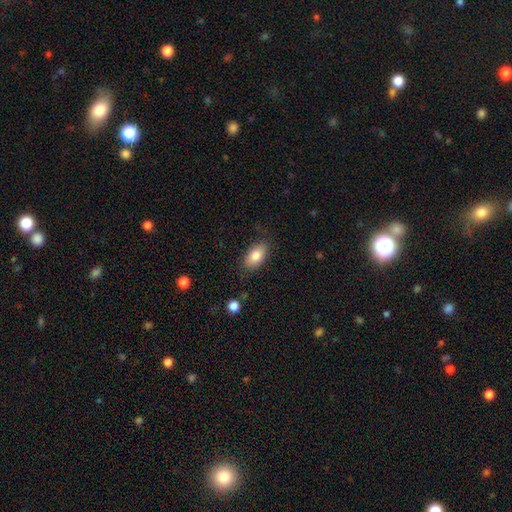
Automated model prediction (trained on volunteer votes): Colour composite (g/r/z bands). It shows a smooth galaxy with no disk features (82%) that is in between round and cigar-shaped (91%). Merging: none (79%).